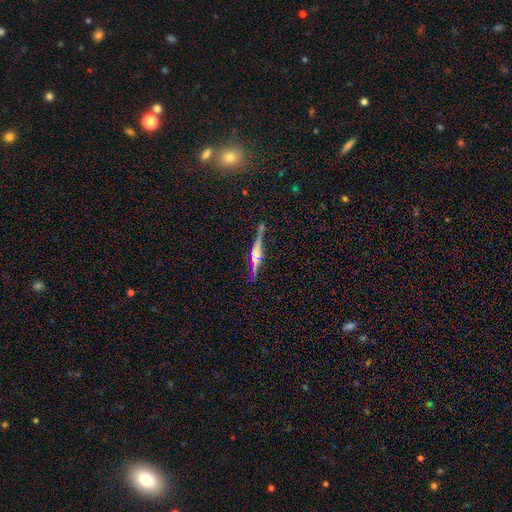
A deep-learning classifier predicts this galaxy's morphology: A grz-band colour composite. It shows a featured or disk galaxy (79%) viewed edge-on (97%) with a rounded central bulge (84%). Merging: none (81%).